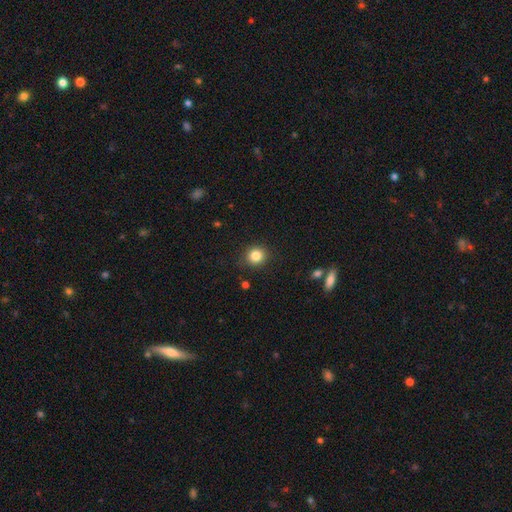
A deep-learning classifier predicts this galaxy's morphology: Smooth or featured: smooth — 83% (star or artifact — 11%)
How rounded: round — 90% (in between — 9%)
Merging: none — 89% (minor disturbance — 7%)